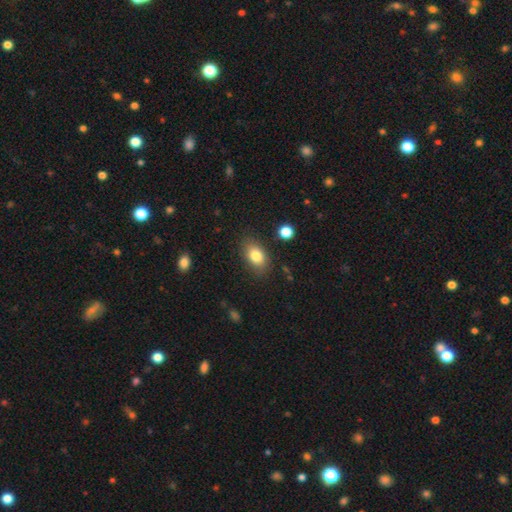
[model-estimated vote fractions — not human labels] This appears to be a smooth galaxy with no disk features (82%) that is in between round and cigar-shaped (84%). Merging: none (82%).